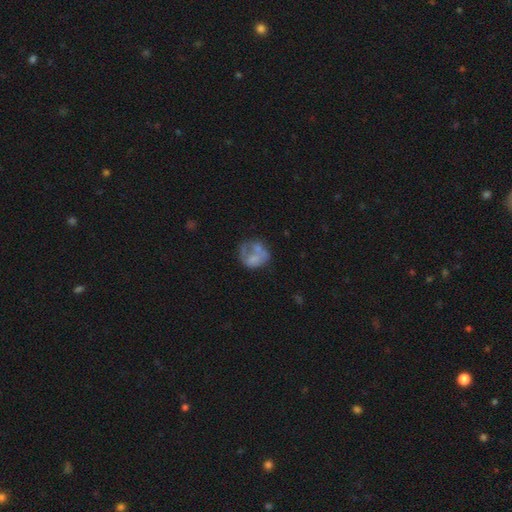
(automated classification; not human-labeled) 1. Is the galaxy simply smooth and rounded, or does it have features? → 50% smooth, 39% featured or disk, 11% star or artifact.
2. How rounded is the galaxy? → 63% round, 36% in between, 1% cigar-shaped.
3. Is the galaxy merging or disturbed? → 35% none, 26% major disturbance, 21% minor disturbance, 18% merger.